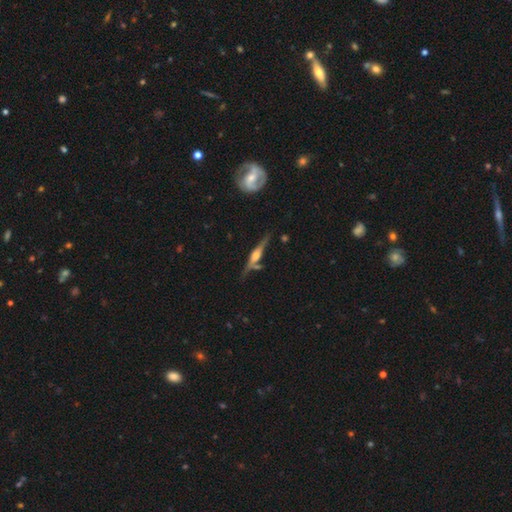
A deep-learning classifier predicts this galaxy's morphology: Smooth or featured? featured or disk (78%)
Edge-on disk? yes (95%)
Edge-on bulge? rounded (79%)
Merging? none (69%)